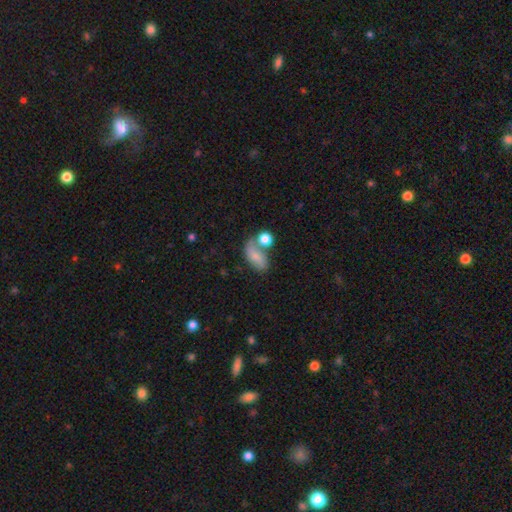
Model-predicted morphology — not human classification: Overall: smooth (66%). How rounded: in between (85%). Merging: none (37%; merger 33%).